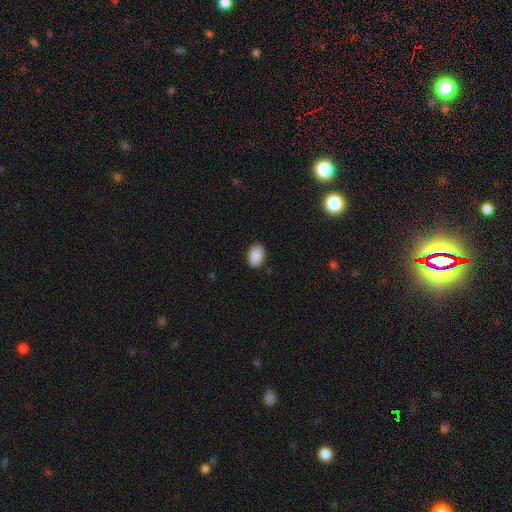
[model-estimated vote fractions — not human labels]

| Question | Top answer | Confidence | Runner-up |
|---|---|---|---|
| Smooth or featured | smooth | 90% | star or artifact (7%) |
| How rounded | in between | 86% | round (12%) |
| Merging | none | 86% | minor disturbance (11%) |